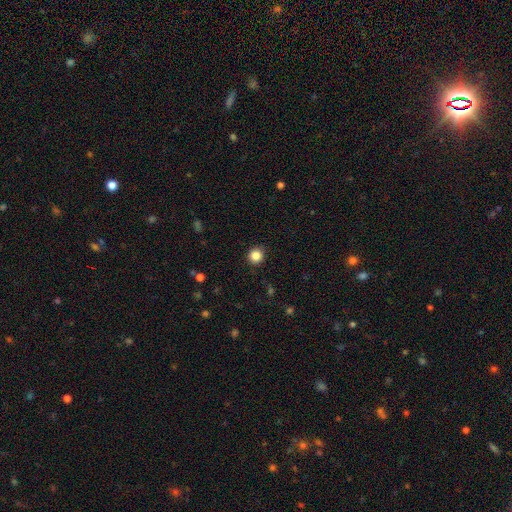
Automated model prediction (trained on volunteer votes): Smooth or featured: smooth — 85% (star or artifact — 11%)
How rounded: round — 93% (in between — 6%)
Merging: none — 91% (minor disturbance — 6%)